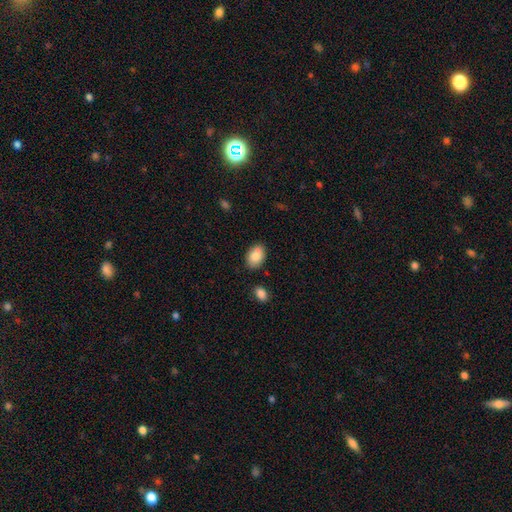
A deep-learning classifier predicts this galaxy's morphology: smooth-or-featured: smooth: 85% | featured or disk: 8% | star or artifact: 7%
  how-rounded: in between: 88% | round: 11% | cigar-shaped: 1%
  merging: none: 82% | minor disturbance: 12% | merger: 3% | major disturbance: 2%